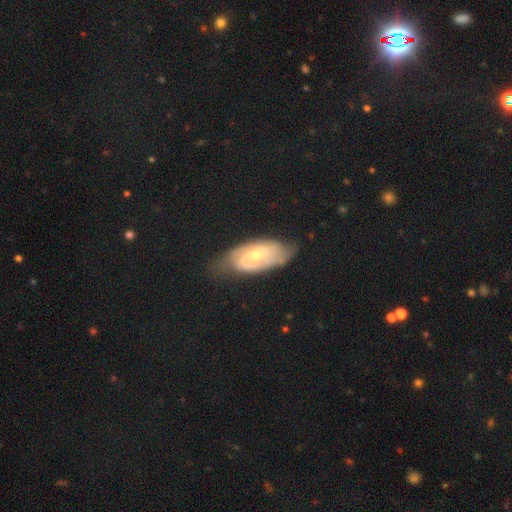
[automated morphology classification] Q: Smooth or featured?
A: featured or disk (81%); runner-up: smooth (14%)
Q: Edge-on disk?
A: no (94%); runner-up: yes (6%)
Q: Bar?
A: no (46%); runner-up: weak (42%)
Q: Spiral arms?
A: yes (93%); runner-up: no (7%)
Q: Spiral winding?
A: tight (55%); runner-up: medium (35%)
Q: Spiral arm count?
A: 2 (70%); runner-up: can't tell (17%)
Q: Bulge size?
A: moderate (53%); runner-up: small (43%)
Q: Merging?
A: none (67%); runner-up: minor disturbance (24%)